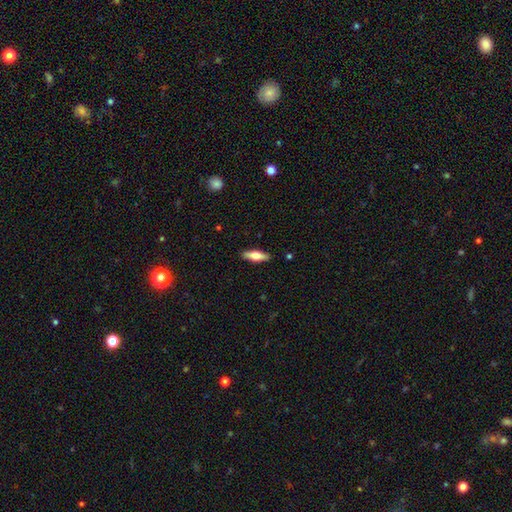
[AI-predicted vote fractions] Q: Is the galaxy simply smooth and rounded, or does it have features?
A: smooth — 53%.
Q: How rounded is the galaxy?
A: in between — 50%.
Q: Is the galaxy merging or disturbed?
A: none — 89%.